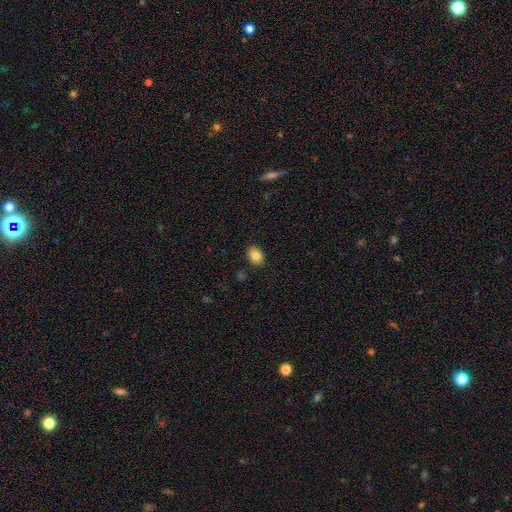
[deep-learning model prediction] This appears to be a smooth galaxy with no disk features (83%) that is in between round and cigar-shaped (69%). Merging: none (88%).